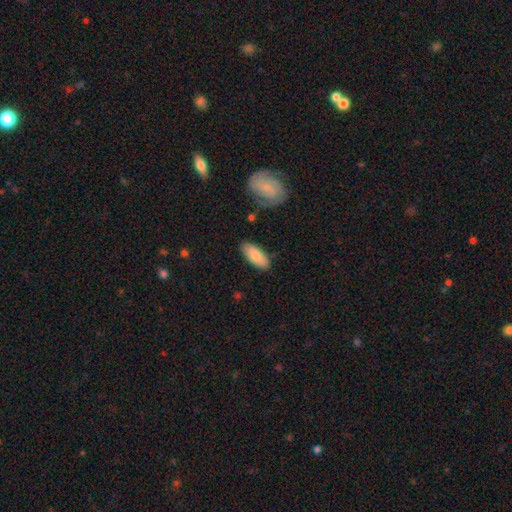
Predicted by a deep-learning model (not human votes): Smooth or featured?
  - smooth: 83% *
  - featured or disk: 12%
  - star or artifact: 6%
How rounded?
  - in between: 82% *
  - cigar-shaped: 16%
  - round: 2%
Merging?
  - none: 82% *
  - minor disturbance: 13%
  - major disturbance: 3%
  - merger: 3%